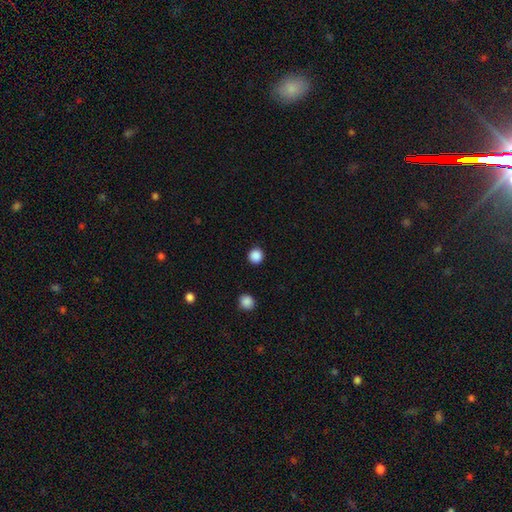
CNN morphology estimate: Q: Smooth or featured?
A: smooth (87%); runner-up: star or artifact (11%)
Q: How rounded?
A: round (94%); runner-up: in between (5%)
Q: Merging?
A: none (92%); runner-up: minor disturbance (5%)